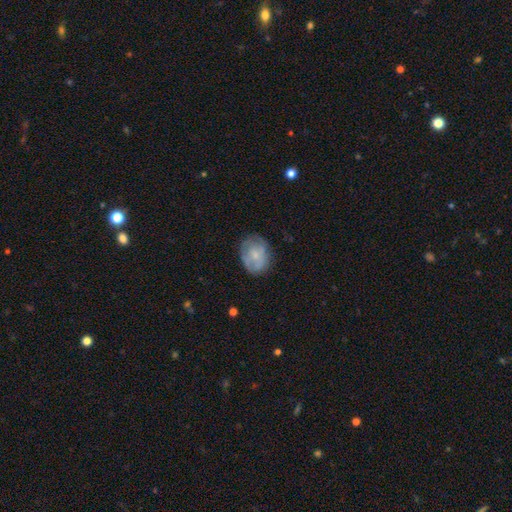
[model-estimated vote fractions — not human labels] smooth_or_featured: smooth (p=0.57) [alt: featured or disk p=0.36]
how_rounded: in between (p=0.58) [alt: round p=0.41]
merging: none (p=0.67) [alt: minor disturbance p=0.23]